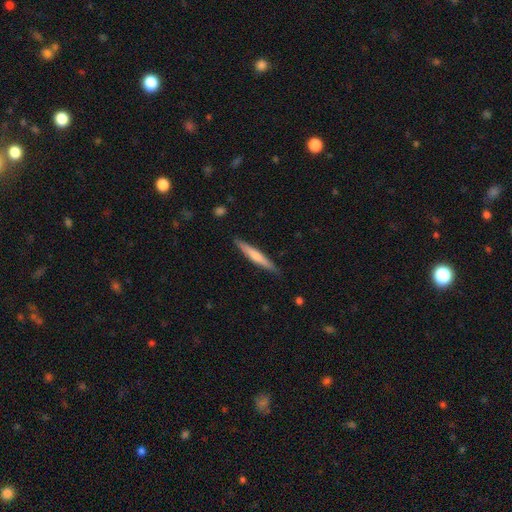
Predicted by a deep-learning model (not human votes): smooth 55%, featured or disk 40%, star or artifact 5%. Down the decision tree: how rounded — cigar-shaped (94%); merging — none (88%).